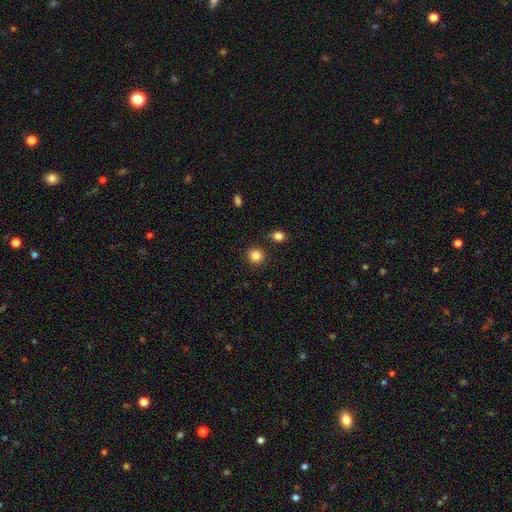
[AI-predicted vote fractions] smooth_or_featured: smooth (p=0.85) [alt: star or artifact p=0.11]
how_rounded: round (p=0.90) [alt: in between p=0.09]
merging: none (p=0.89) [alt: minor disturbance p=0.06]